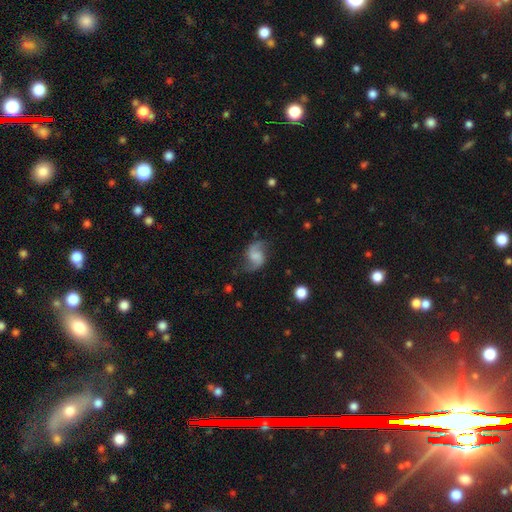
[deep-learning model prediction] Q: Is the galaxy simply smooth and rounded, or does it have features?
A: featured or disk — 77%.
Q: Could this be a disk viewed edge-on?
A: no — 98%.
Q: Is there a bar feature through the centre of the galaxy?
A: no — 51%.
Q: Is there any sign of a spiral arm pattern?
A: yes — 95%.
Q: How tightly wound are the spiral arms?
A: loose — 66%.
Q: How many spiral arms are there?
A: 2 — 92%.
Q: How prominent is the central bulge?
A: none — 46%.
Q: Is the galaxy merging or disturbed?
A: none — 73%.